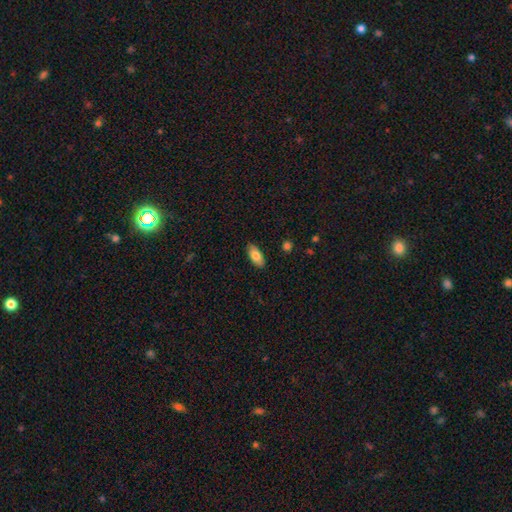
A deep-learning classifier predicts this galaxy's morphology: Smooth or featured: smooth — 80% (featured or disk — 14%)
How rounded: in between — 90% (cigar-shaped — 8%)
Merging: none — 87% (minor disturbance — 10%)